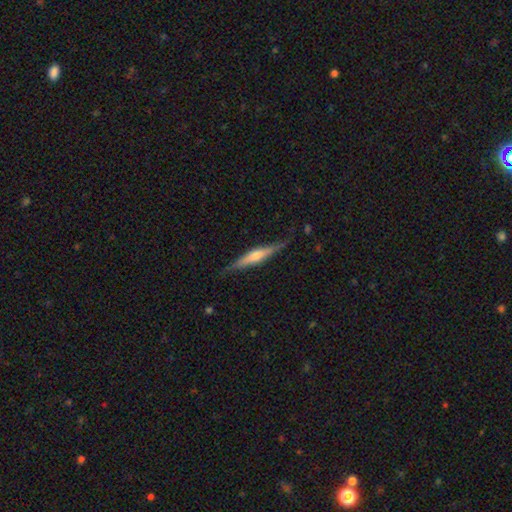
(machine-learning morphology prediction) type=featured or disk (68%); edge-on=yes (96%); edge-on bulge=rounded (76%); merging=none (80%).